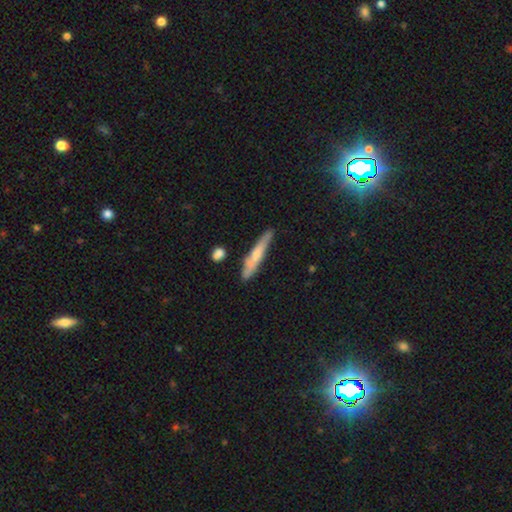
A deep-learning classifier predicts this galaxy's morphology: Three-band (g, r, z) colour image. It shows a smooth galaxy with no disk features (54%) that is cigar-shaped (91%). Merging: none (74%).